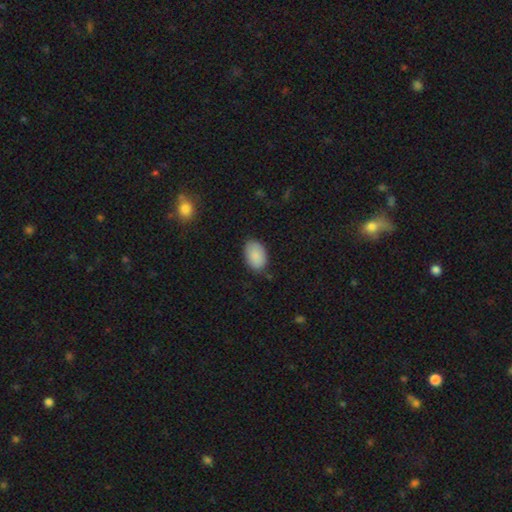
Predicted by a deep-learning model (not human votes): Smooth or featured? Predicted: smooth (p=0.88). How rounded? Predicted: in between (p=0.91). Merging? Predicted: none (p=0.81).